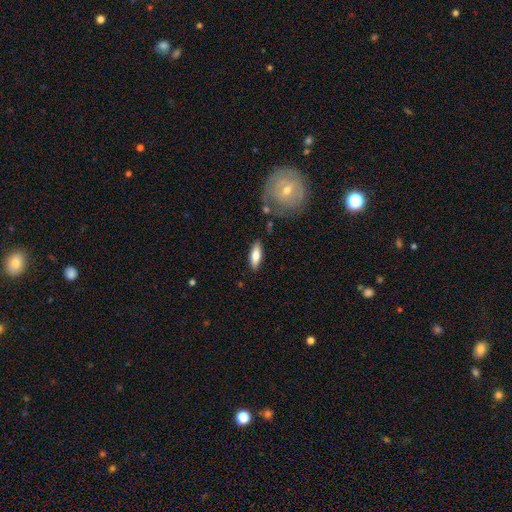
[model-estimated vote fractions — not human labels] Morphology: type=smooth (70%); roundness=in between (57%); merging=none (84%).